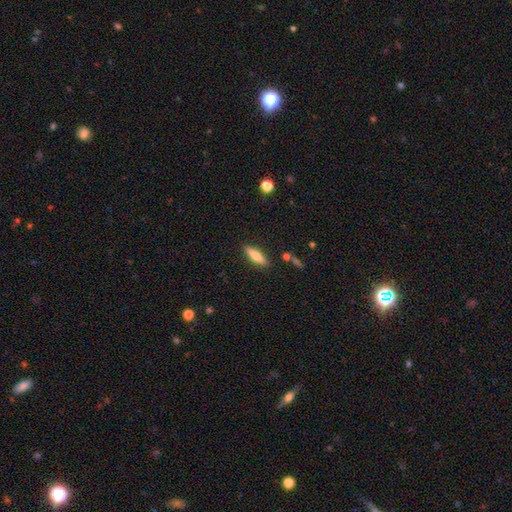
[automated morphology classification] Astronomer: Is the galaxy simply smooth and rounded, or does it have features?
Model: smooth — 66%.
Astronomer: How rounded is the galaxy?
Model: cigar-shaped — 57% (runner-up: in between, 41%).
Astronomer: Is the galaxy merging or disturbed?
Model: none — 87%.